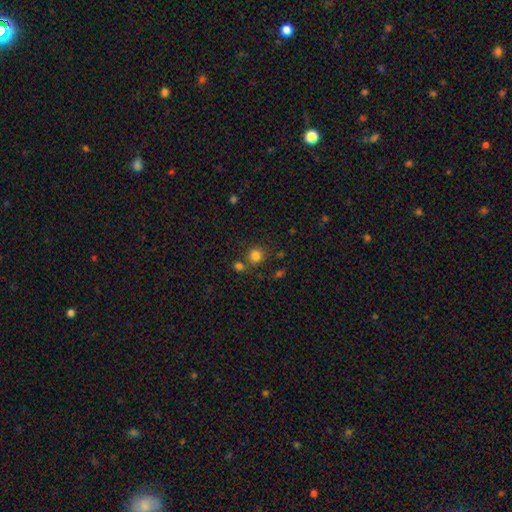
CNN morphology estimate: This is clearly a smooth galaxy (81%). How rounded: clearly round (89%). Merging: likely none (73%).